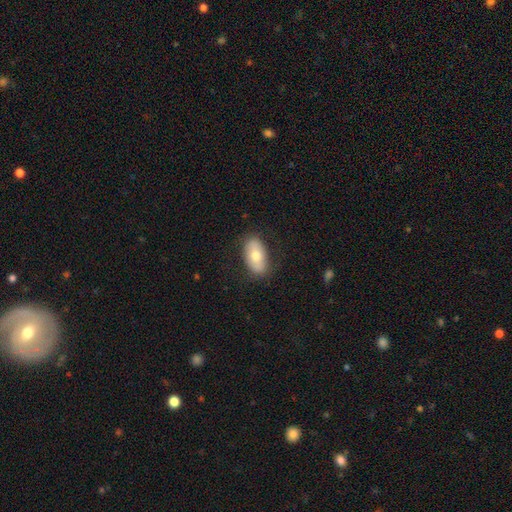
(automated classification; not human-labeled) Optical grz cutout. It shows a smooth galaxy with no disk features (67%) that is in between round and cigar-shaped (93%). Merging: none (82%).